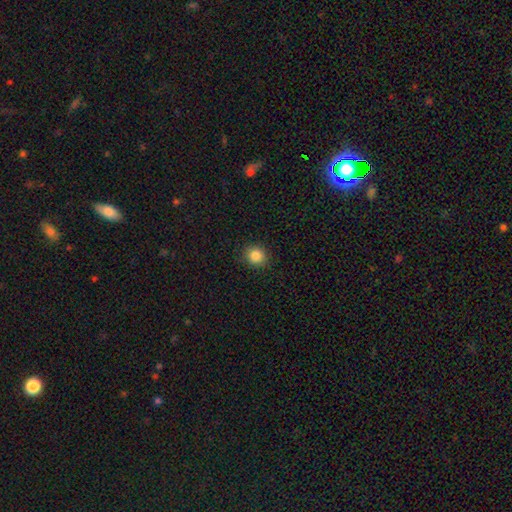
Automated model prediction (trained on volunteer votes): Q: Smooth or featured?
A: smooth (85%); runner-up: star or artifact (10%)
Q: How rounded?
A: round (86%); runner-up: in between (13%)
Q: Merging?
A: none (90%); runner-up: minor disturbance (6%)